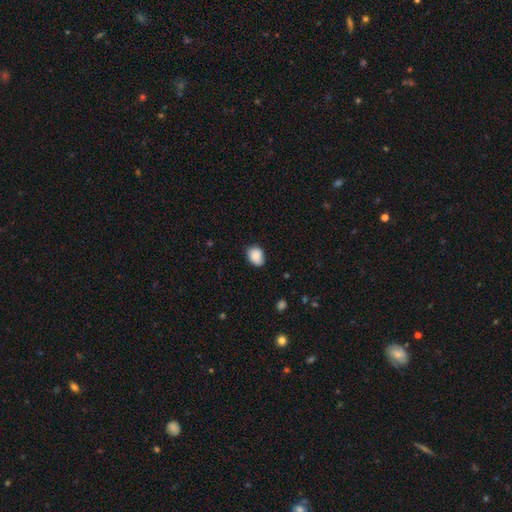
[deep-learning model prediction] This appears to be a smooth galaxy with no disk features (88%) that is in between round and cigar-shaped (67%). Merging: none (70%).